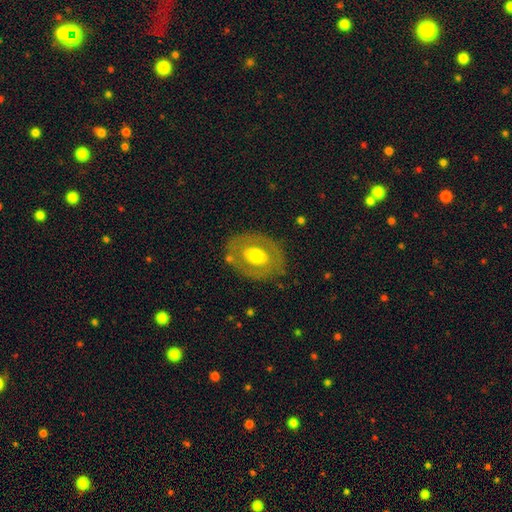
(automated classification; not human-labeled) This is possibly a smooth galaxy (47%, tied with featured or disk). Merging: likely none (78%).